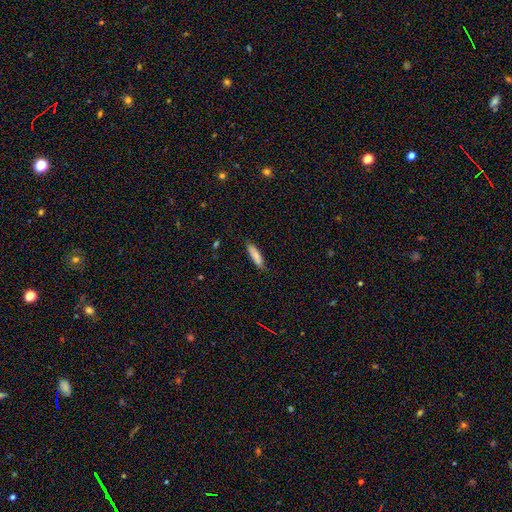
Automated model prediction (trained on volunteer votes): smooth_or_featured: smooth (p=0.85) [alt: featured or disk p=0.09]
how_rounded: cigar-shaped (p=0.68) [alt: in between p=0.31]
merging: none (p=0.82) [alt: minor disturbance p=0.14]